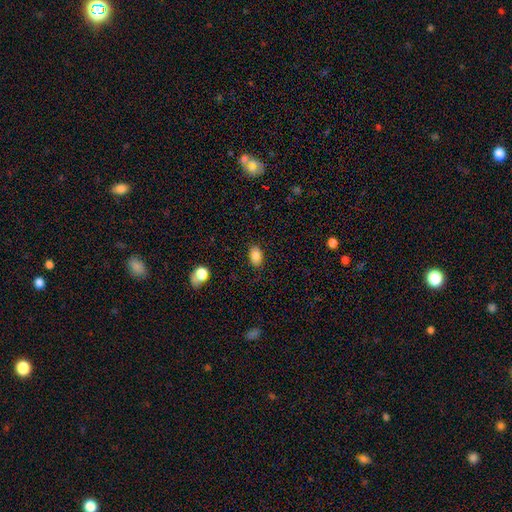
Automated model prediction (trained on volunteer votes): The model was most divided on "how rounded": in between: 84%, round: 14%, cigar-shaped: 1%. More confident: smooth or featured — smooth (86%); merging — none (85%).